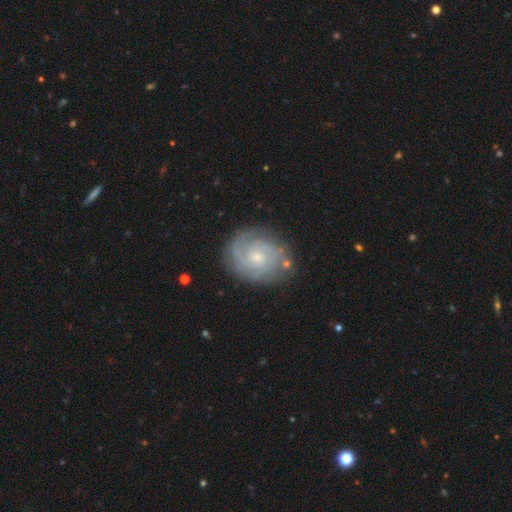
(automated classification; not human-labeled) smooth-or-featured: featured or disk: 73% | smooth: 17% | star or artifact: 10%
  disk-edge-on: no: 97% | yes: 3%
    bar: no: 74% | weak: 23% | strong: 3%
    has-spiral-arms: yes: 92% | no: 8%
      spiral-winding: tight: 66% | medium: 27% | loose: 7%
      spiral-arm-count: can't tell: 35% | 2: 31% | 3: 16% | 4: 7% | 1: 6% | more than 4: 5%
    bulge-size: small: 58% | moderate: 38% | none: 2% | large: 2% | dominant: 1%
  merging: none: 79% | minor disturbance: 14% | major disturbance: 4% | merger: 2%